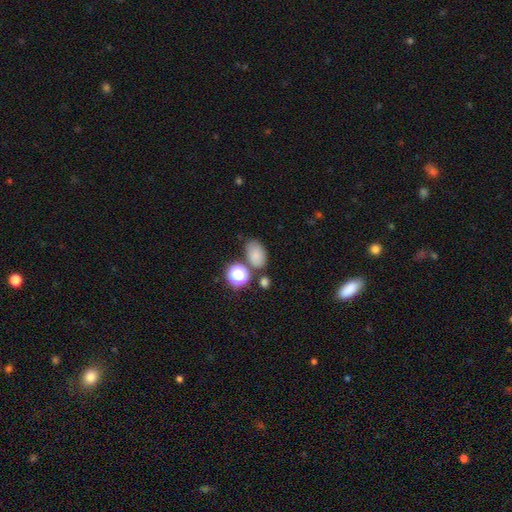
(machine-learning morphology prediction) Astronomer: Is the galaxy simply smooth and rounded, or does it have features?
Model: smooth — 76%.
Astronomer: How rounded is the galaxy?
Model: in between — 83%.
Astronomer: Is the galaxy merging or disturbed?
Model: none — 64%.